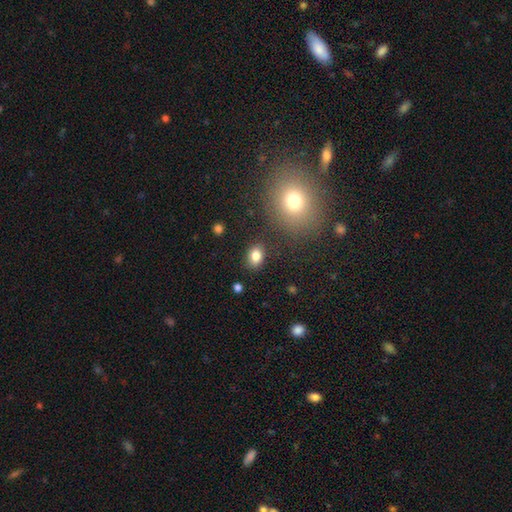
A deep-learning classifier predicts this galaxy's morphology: smooth 83%, star or artifact 10%, featured or disk 6%. Down the decision tree: how rounded — in between (71%); merging — none (83%).